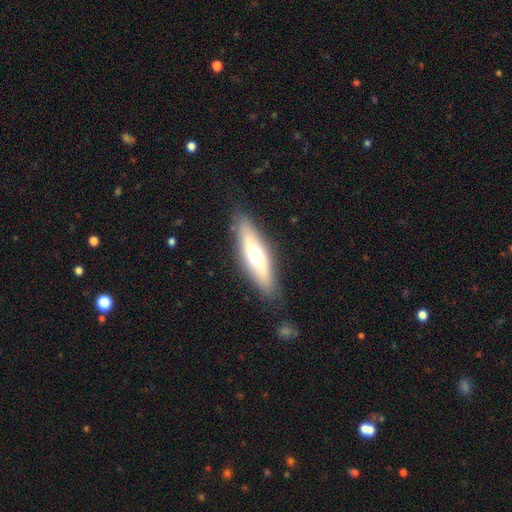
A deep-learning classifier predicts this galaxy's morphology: A smooth galaxy with no disk features (47%, tied with featured or disk). Merging: none (84%).